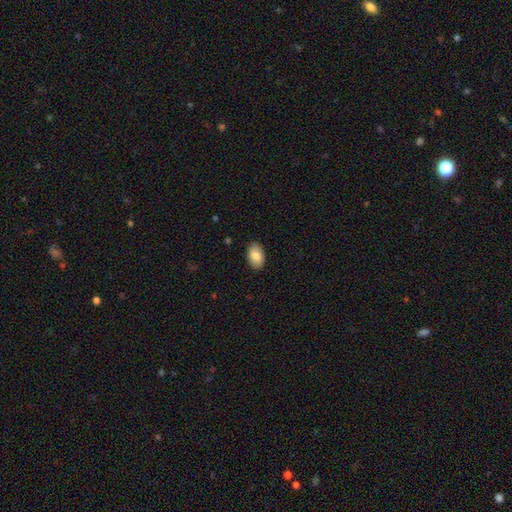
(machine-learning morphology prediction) Smooth or featured? Predicted: smooth (p=0.84). How rounded? Predicted: in between (p=0.92). Merging? Predicted: none (p=0.88).